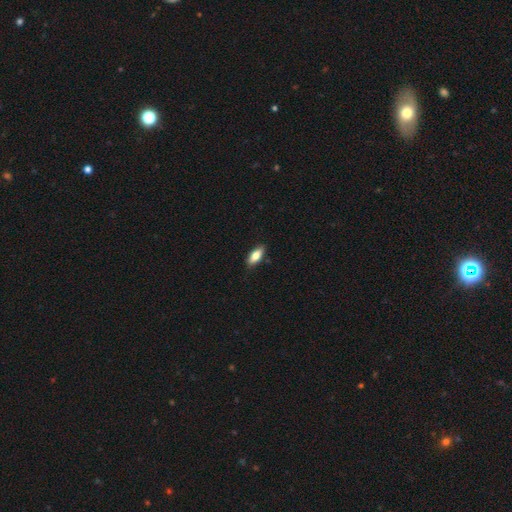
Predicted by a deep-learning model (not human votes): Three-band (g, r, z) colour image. It shows a smooth galaxy with no disk features (77%) that is in between round and cigar-shaped (78%). Merging: none (87%).